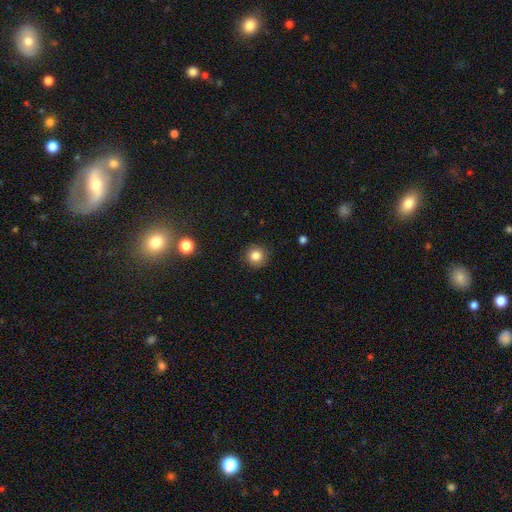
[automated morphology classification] A smooth galaxy with no disk features (84%) that is round (92%).

Vote fractions:
- Smooth or featured? smooth: 84% / star or artifact: 11% / featured or disk: 6%
- How rounded? round: 92% / in between: 7% / cigar-shaped: 1%
- Merging? none: 90% / minor disturbance: 7% / major disturbance: 2% / merger: 1%